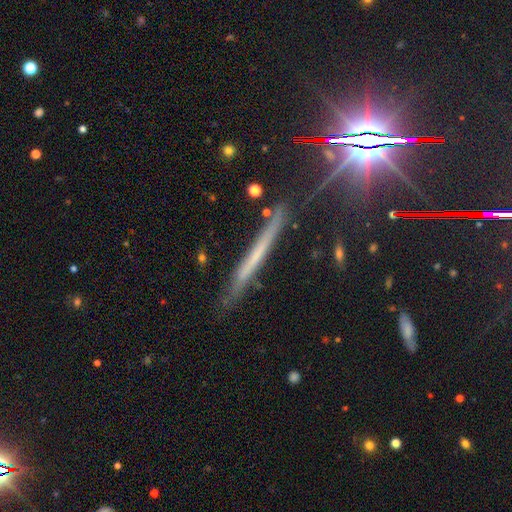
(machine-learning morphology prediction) Smooth or featured? Predicted: featured or disk (p=0.47). Merging? Predicted: none (p=0.83).